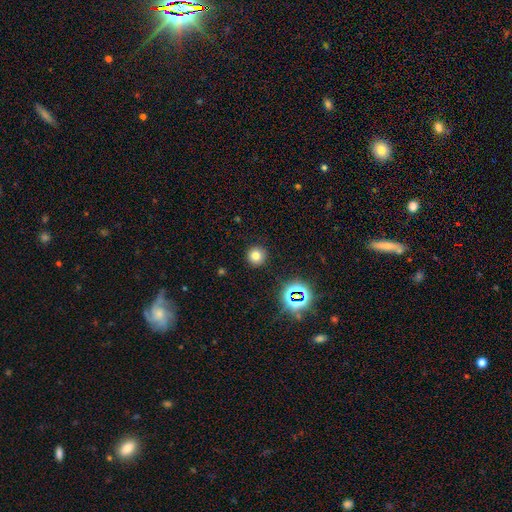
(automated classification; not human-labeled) Q: Smooth or featured?
A: smooth (74%); runner-up: star or artifact (19%)
Q: How rounded?
A: round (94%); runner-up: in between (5%)
Q: Merging?
A: none (91%); runner-up: minor disturbance (6%)